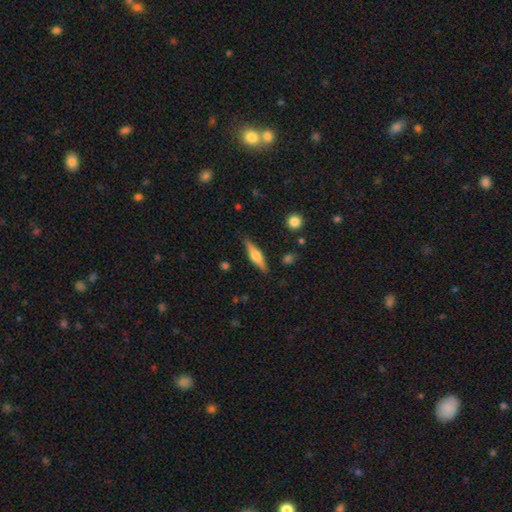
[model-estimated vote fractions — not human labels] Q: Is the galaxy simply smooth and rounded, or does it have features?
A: featured or disk — 54%.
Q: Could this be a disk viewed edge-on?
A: yes — 96%.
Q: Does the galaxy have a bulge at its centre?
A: rounded — 84%.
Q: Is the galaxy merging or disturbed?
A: none — 86%.